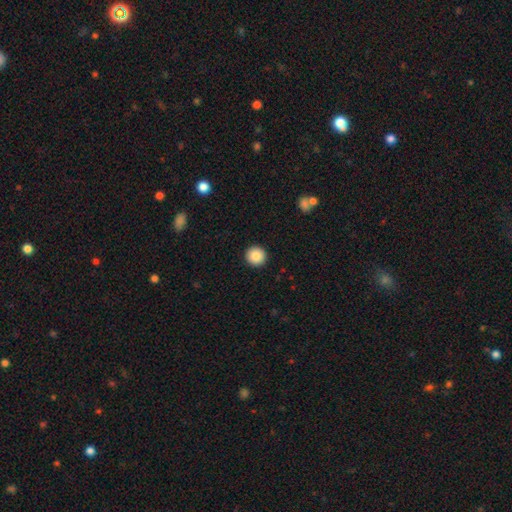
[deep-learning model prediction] smooth_or_featured: smooth (p=0.86) [alt: star or artifact p=0.09]
how_rounded: round (p=0.96) [alt: in between p=0.03]
merging: none (p=0.94) [alt: minor disturbance p=0.04]